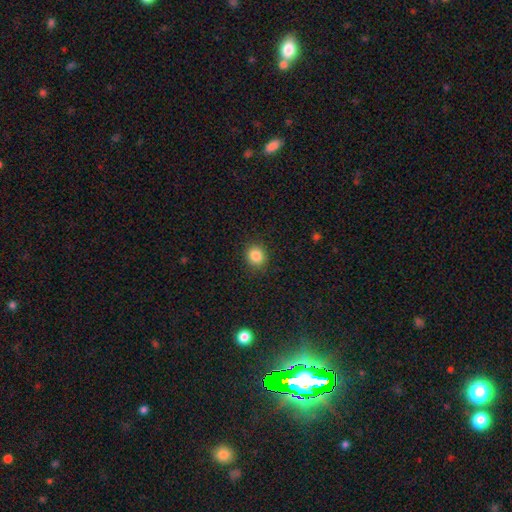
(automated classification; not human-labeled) A smooth galaxy with no disk features (85%) that is round (84%).

Vote fractions:
- Smooth or featured? smooth: 85% / star or artifact: 11% / featured or disk: 5%
- How rounded? round: 84% / in between: 15% / cigar-shaped: 1%
- Merging? none: 90% / minor disturbance: 7% / major disturbance: 2% / merger: 1%